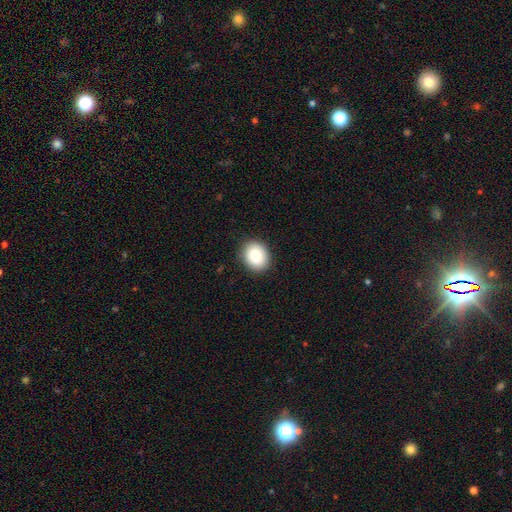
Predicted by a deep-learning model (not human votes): Q: Smooth or featured?
A: smooth (82%); runner-up: featured or disk (9%)
Q: How rounded?
A: round (58%); runner-up: in between (41%)
Q: Merging?
A: none (90%); runner-up: minor disturbance (8%)